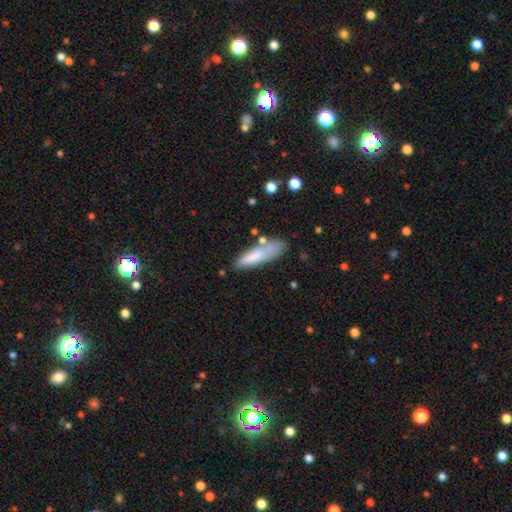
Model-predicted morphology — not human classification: This is likely a smooth galaxy (75%). How rounded: likely cigar-shaped (61%). Merging: possibly none (58%).